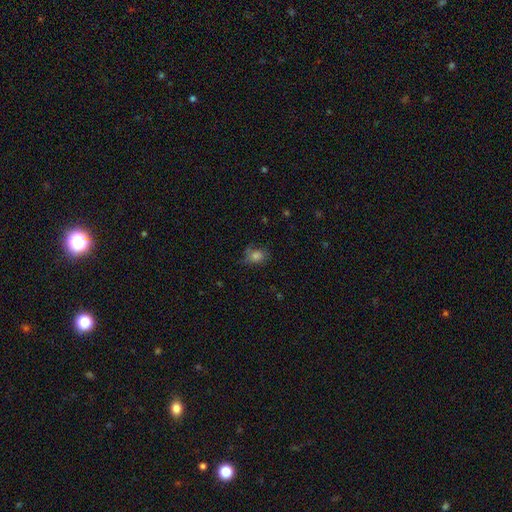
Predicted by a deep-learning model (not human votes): A smooth galaxy with no disk features (77%) that is in between round and cigar-shaped (55%).

Vote fractions:
- Smooth or featured? smooth: 77% / star or artifact: 14% / featured or disk: 10%
- How rounded? in between: 55% / round: 44% / cigar-shaped: 1%
- Merging? none: 62% / minor disturbance: 25% / major disturbance: 8% / merger: 4%